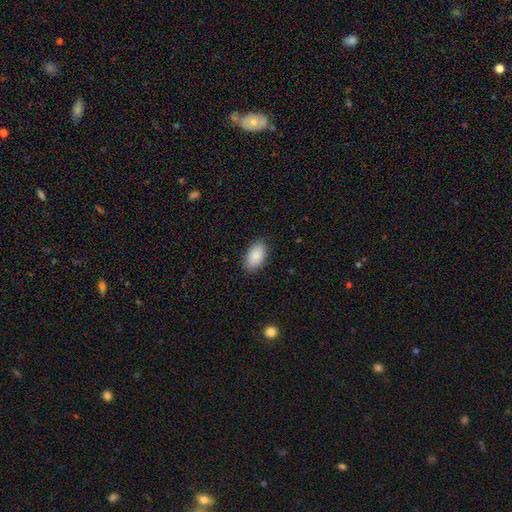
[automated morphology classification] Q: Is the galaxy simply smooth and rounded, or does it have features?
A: smooth — 89%.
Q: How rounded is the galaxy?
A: in between — 94%.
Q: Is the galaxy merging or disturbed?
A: none — 86%.